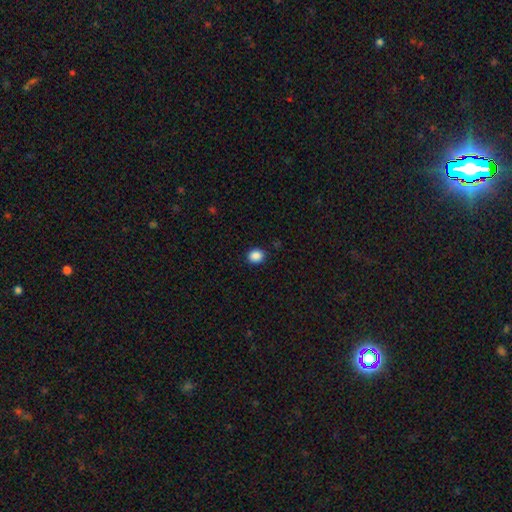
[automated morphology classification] A smooth galaxy with no disk features (88%) that is round (66%).

Vote fractions:
- Smooth or featured? smooth: 88% / star or artifact: 10% / featured or disk: 2%
- How rounded? round: 66% / in between: 33% / cigar-shaped: 1%
- Merging? none: 90% / minor disturbance: 7% / major disturbance: 2% / merger: 1%